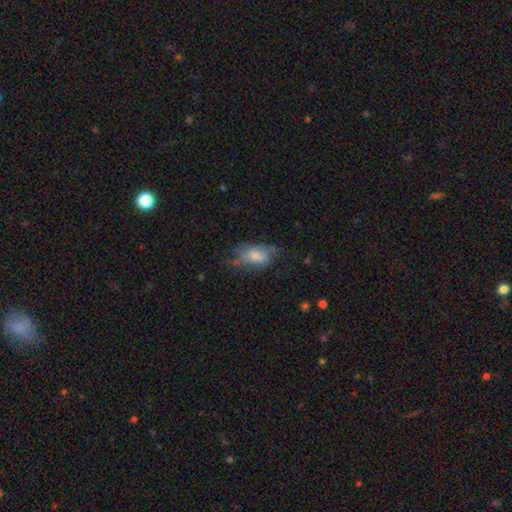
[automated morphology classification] smooth 64%, featured or disk 28%, star or artifact 8%. Down the decision tree: how rounded — in between (90%); merging — none (38%).